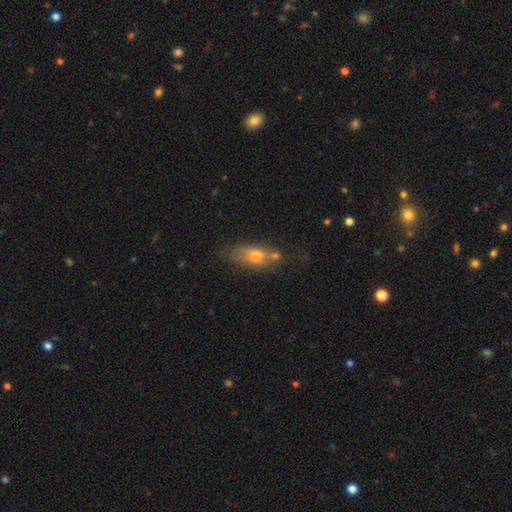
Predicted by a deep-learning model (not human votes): Smooth or featured?
  - smooth: 61% *
  - featured or disk: 28%
  - star or artifact: 11%
How rounded?
  - in between: 73% *
  - cigar-shaped: 21%
  - round: 6%
Merging?
  - none: 53% *
  - minor disturbance: 23%
  - merger: 14%
  - major disturbance: 9%